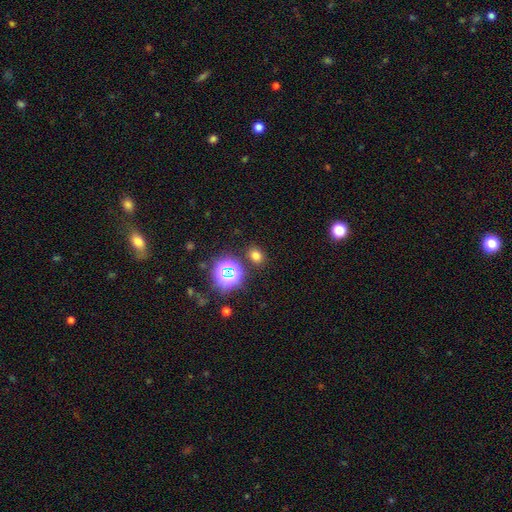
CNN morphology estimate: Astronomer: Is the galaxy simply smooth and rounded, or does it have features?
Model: smooth — 69%.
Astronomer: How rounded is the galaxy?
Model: round — 53% (runner-up: in between, 46%).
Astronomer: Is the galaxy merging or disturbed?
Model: none — 85%.